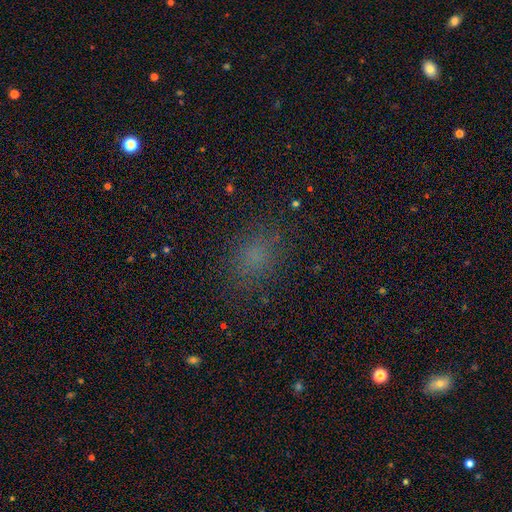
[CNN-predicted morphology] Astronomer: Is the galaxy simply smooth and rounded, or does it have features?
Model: smooth — 72%.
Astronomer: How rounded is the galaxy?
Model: in between — 58% (runner-up: round, 40%).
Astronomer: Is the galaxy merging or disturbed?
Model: none — 79%.